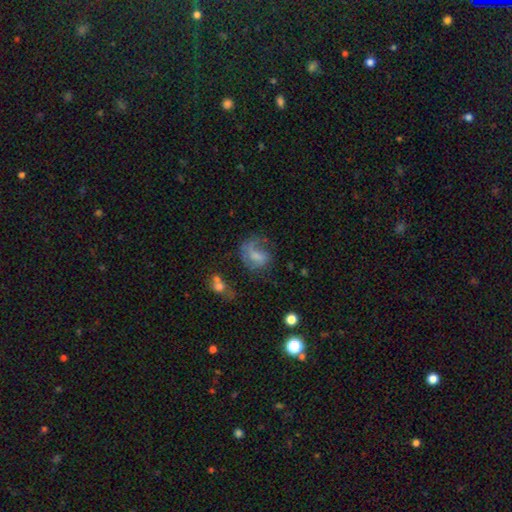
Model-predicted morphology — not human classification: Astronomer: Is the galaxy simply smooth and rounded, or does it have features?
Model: smooth — 46% (runner-up: featured or disk, 42%).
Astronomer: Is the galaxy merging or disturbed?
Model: none — 37% (runner-up: major disturbance, 34%).